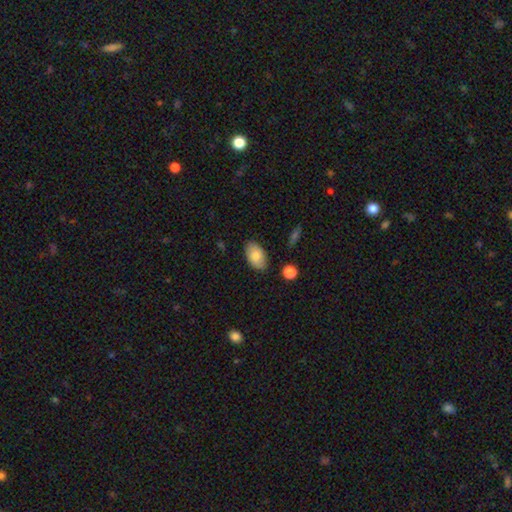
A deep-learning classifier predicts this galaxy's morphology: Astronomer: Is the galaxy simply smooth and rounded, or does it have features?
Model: smooth — 81%.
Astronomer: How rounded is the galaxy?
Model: in between — 93%.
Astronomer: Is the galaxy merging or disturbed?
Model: none — 83%.